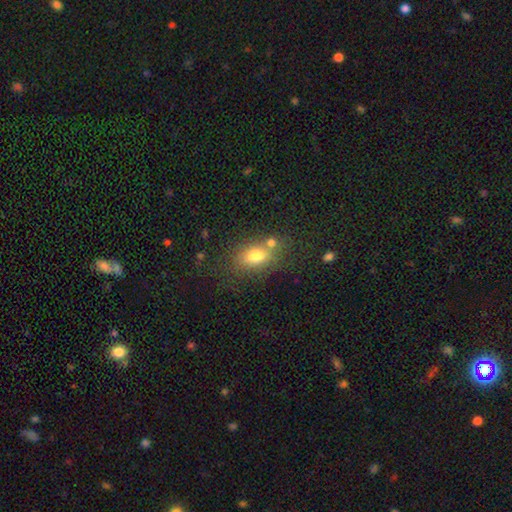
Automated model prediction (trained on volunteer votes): Smooth or featured: smooth — 76% (featured or disk — 14%)
How rounded: in between — 80% (round — 16%)
Merging: none — 59% (merger — 21%)